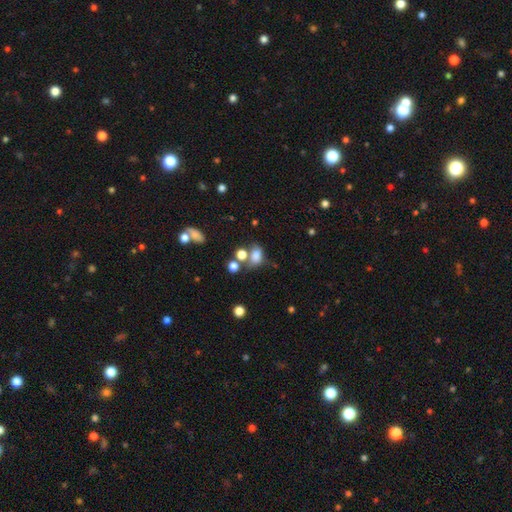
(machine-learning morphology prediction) smooth-or-featured: smooth: 73% | star or artifact: 15% | featured or disk: 11%
  how-rounded: in between: 75% | round: 23% | cigar-shaped: 2%
  merging: none: 40% | merger: 29% | minor disturbance: 18% | major disturbance: 12%